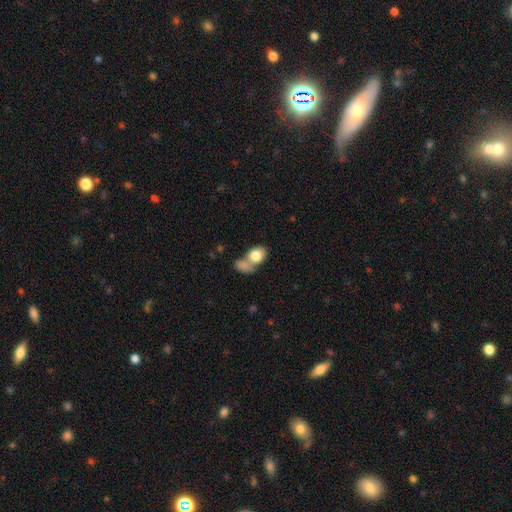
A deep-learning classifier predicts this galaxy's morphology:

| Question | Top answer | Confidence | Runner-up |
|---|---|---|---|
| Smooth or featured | smooth | 80% | featured or disk (13%) |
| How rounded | in between | 69% | round (29%) |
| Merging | merger | 54% | none (25%) |